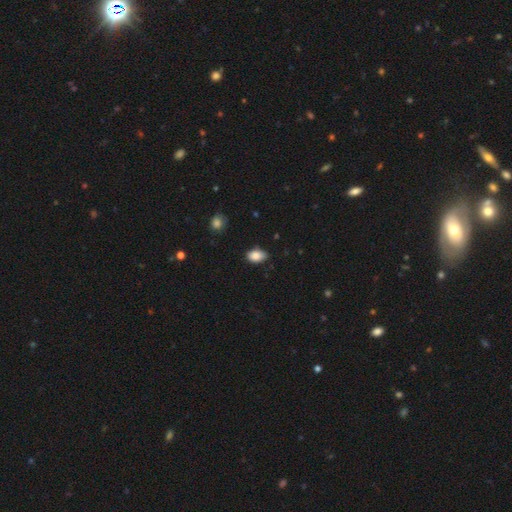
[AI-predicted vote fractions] The model was most divided on "merging": none: 74%, minor disturbance: 22%, major disturbance: 3%, merger: 1%. More confident: how rounded — in between (89%); smooth or featured — smooth (86%).